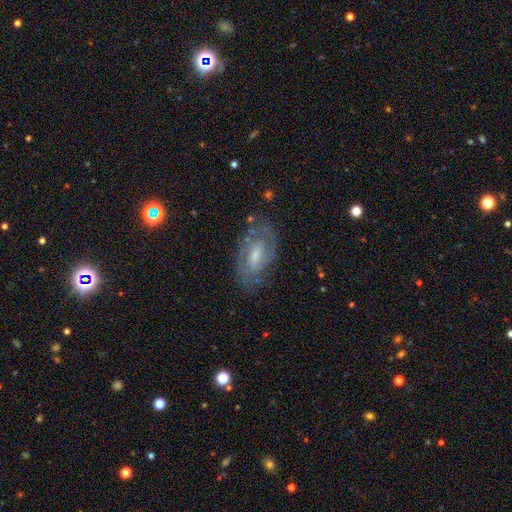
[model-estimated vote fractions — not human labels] Smooth or featured: featured or disk — 74% (smooth — 18%)
Edge-on disk: no — 94% (yes — 6%)
Bar: weak — 49% (no — 40%)
Spiral arms: yes — 84% (no — 16%)
Spiral winding: tight — 56% (medium — 34%)
Spiral arm count: 2 — 45% (can't tell — 38%)
Bulge size: moderate — 45% (small — 37%)
Merging: none — 74% (minor disturbance — 17%)